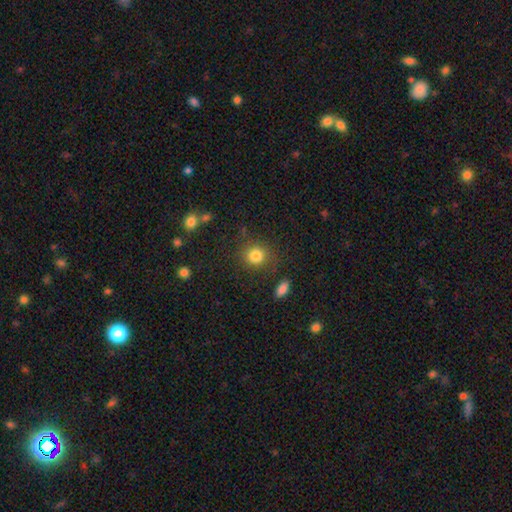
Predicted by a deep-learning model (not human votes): Q: Smooth or featured?
A: smooth (83%); runner-up: star or artifact (11%)
Q: How rounded?
A: round (82%); runner-up: in between (17%)
Q: Merging?
A: none (79%); runner-up: minor disturbance (12%)